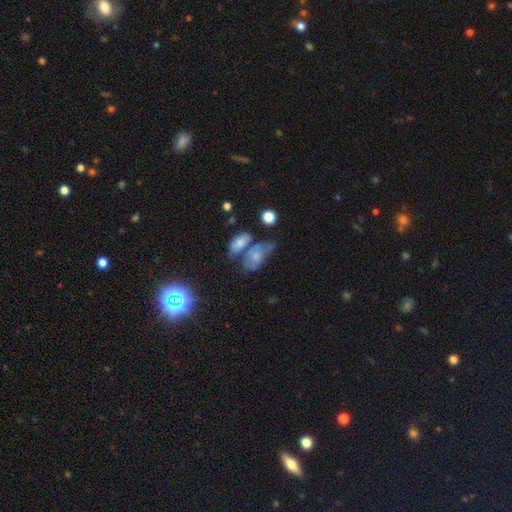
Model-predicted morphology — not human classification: A smooth galaxy with no disk features (60%) that is in between round and cigar-shaped (85%). Merging: merger (38%).